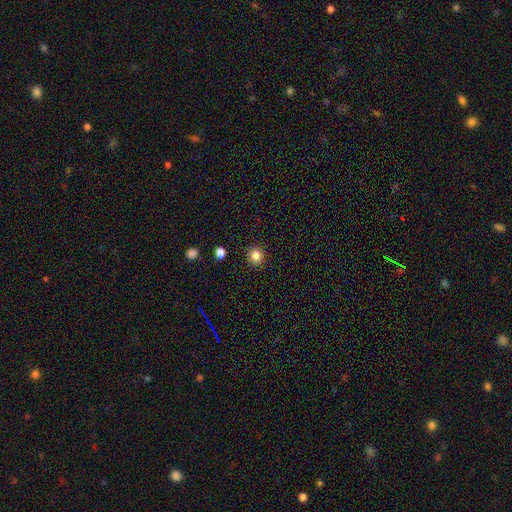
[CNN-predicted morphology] Overall: smooth (83%). How rounded: round (91%). Merging: none (91%).